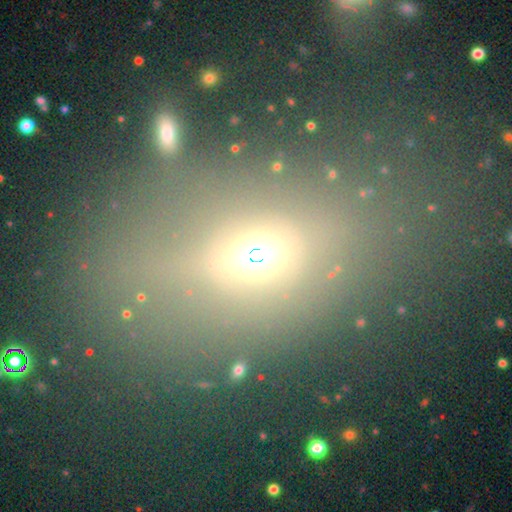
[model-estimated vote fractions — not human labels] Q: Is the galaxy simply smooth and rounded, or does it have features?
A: smooth — 57%.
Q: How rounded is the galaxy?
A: round — 48%, tied with in between.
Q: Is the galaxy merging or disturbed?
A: none — 59%.